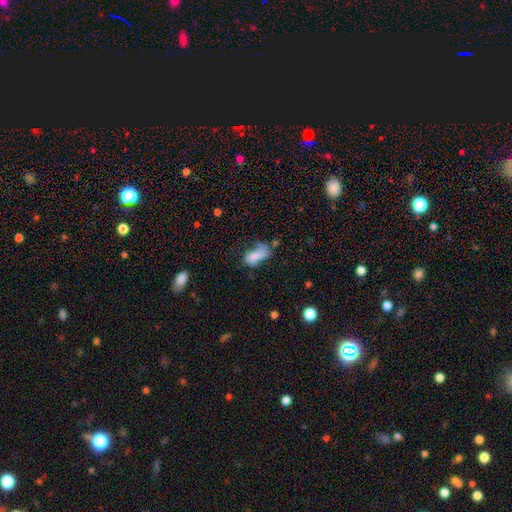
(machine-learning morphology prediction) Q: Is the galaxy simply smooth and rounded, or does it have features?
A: smooth — 75%.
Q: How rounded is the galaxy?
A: in between — 87%.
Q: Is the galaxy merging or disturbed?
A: none — 34%.